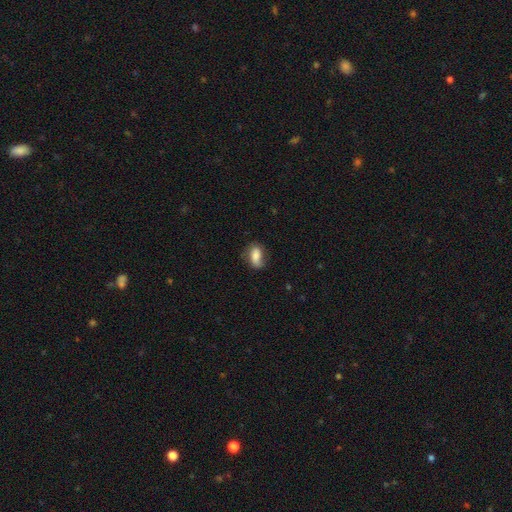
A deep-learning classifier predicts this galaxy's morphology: Overall: smooth (73%). How rounded: in between (87%). Merging: none (61%; minor disturbance 28%).